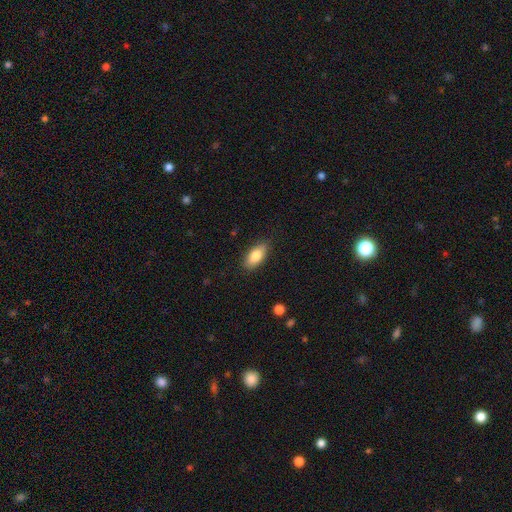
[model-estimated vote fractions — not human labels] Smooth or featured? smooth (80%)
How rounded? in between (87%)
Merging? none (86%)